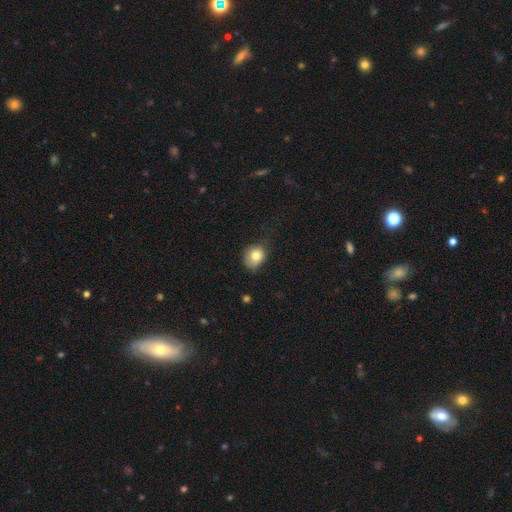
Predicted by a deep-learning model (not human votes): Overall: smooth (81%). How rounded: round (57%; in between 42%). Merging: none (56%; minor disturbance 32%).